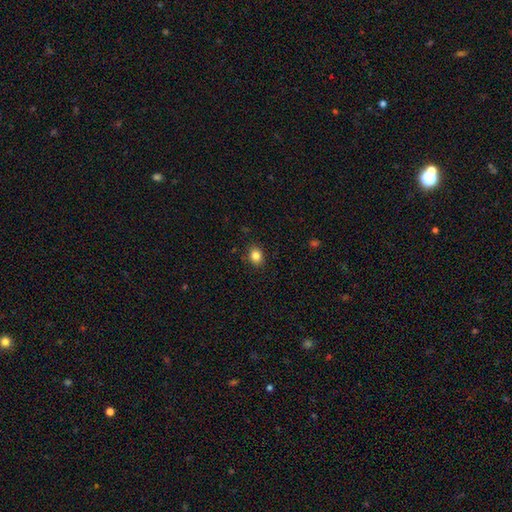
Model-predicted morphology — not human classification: Smooth or featured? Predicted: smooth (p=0.85). How rounded? Predicted: round (p=0.53). Merging? Predicted: none (p=0.88).